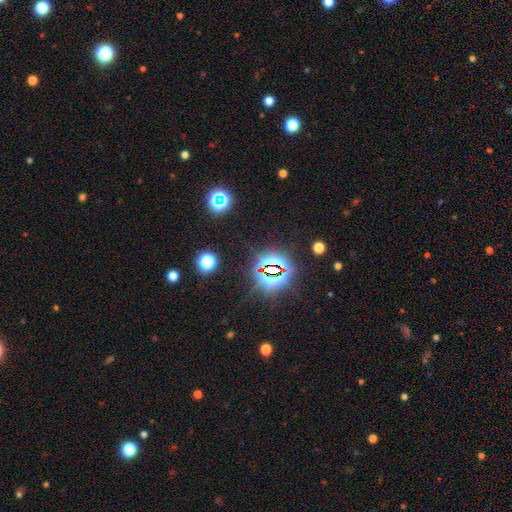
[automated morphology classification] The model was most divided on "smooth or featured": star or artifact: 81%, smooth: 12%, featured or disk: 7%.